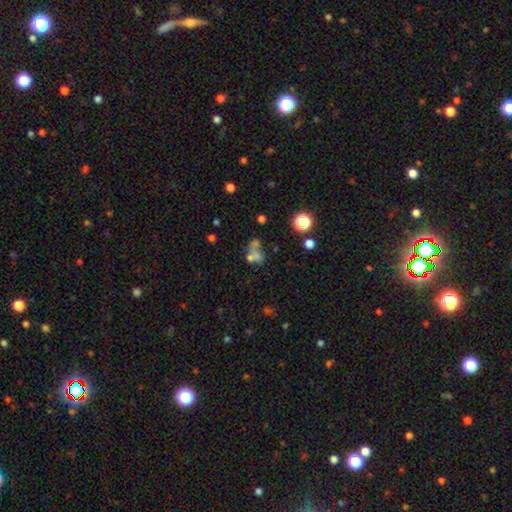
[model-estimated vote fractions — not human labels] smooth 47%, star or artifact 29%, featured or disk 25%. Down the decision tree: merging — merger (46%).